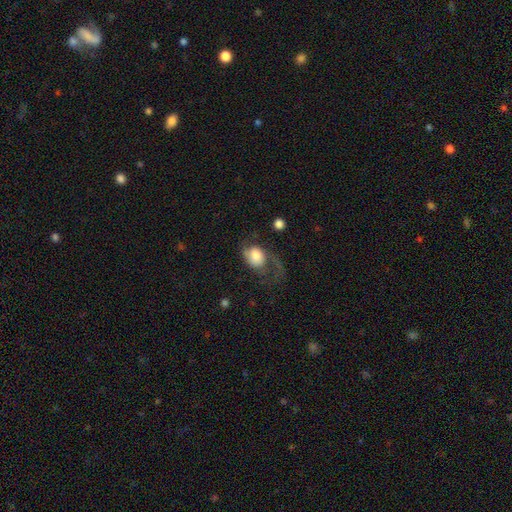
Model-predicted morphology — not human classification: type=smooth (49%); merging=major disturbance (45%).